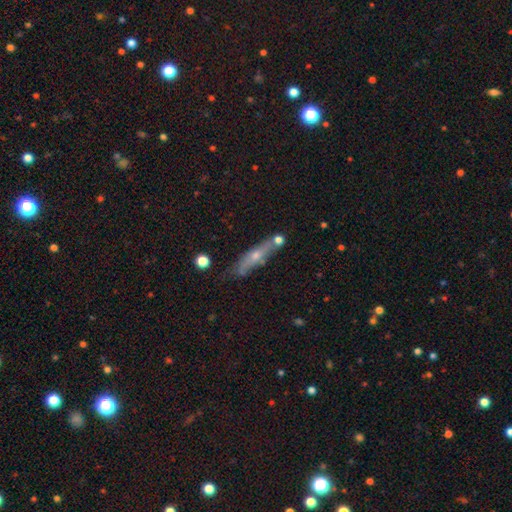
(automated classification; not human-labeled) This appears to be a featured or disk galaxy (57%) viewed edge-on (72%). Merging: none (66%).